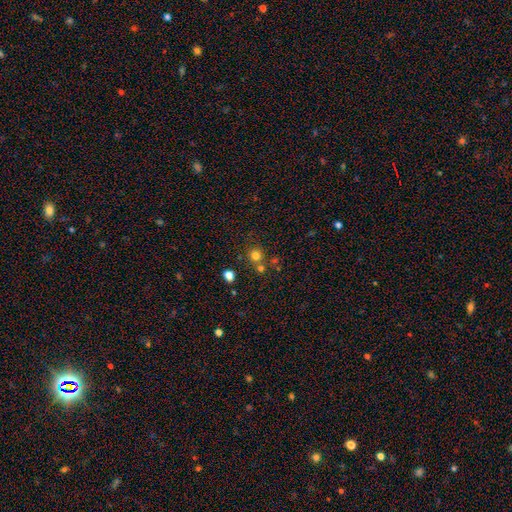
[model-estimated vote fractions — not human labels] Smooth or featured? Predicted: smooth (p=0.75). How rounded? Predicted: round (p=0.90). Merging? Predicted: none (p=0.69).